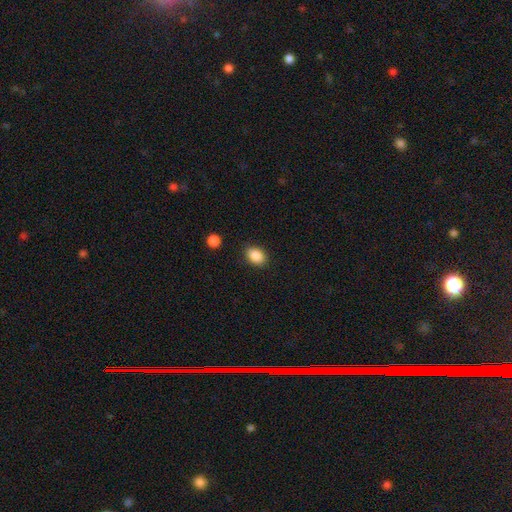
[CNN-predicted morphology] Q: Smooth or featured?
A: smooth (88%); runner-up: star or artifact (8%)
Q: How rounded?
A: in between (73%); runner-up: round (26%)
Q: Merging?
A: none (86%); runner-up: minor disturbance (10%)